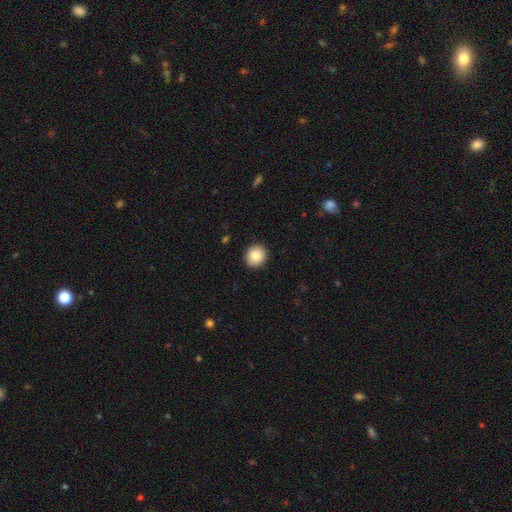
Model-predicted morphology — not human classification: Smooth or featured?
  - smooth: 86% *
  - star or artifact: 8%
  - featured or disk: 6%
How rounded?
  - round: 81% *
  - in between: 18%
  - cigar-shaped: 1%
Merging?
  - none: 91% *
  - minor disturbance: 6%
  - major disturbance: 2%
  - merger: 1%